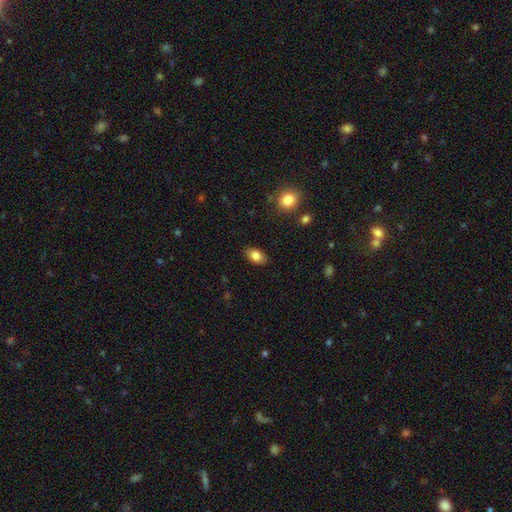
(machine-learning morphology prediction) Q: Smooth or featured?
A: smooth (83%); runner-up: featured or disk (9%)
Q: How rounded?
A: in between (88%); runner-up: round (10%)
Q: Merging?
A: none (86%); runner-up: minor disturbance (10%)